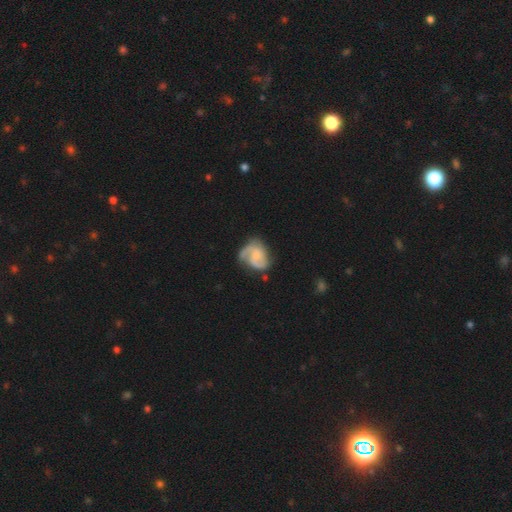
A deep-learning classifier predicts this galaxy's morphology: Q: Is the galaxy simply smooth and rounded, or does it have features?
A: featured or disk — 73%.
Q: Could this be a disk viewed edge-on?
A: no — 98%.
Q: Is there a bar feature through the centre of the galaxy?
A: no — 59%.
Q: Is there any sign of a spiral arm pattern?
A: yes — 91%.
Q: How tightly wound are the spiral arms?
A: medium — 47%.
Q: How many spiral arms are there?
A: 2 — 67%.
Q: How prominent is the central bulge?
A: none — 40%.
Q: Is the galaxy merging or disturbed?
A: none — 47%.